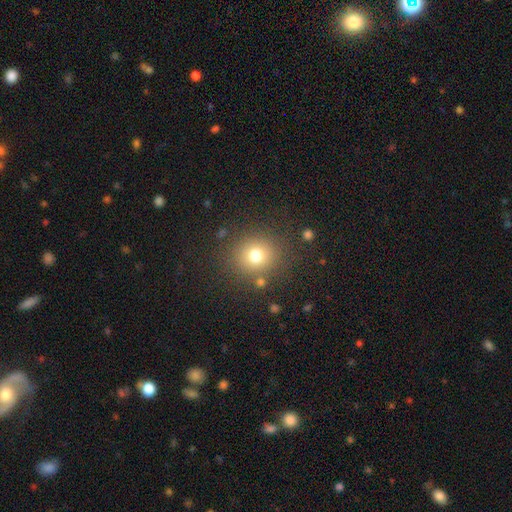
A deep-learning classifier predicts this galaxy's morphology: smooth_or_featured: smooth (p=0.74) [alt: star or artifact p=0.16]
how_rounded: round (p=0.87) [alt: in between p=0.12]
merging: none (p=0.83) [alt: minor disturbance p=0.09]